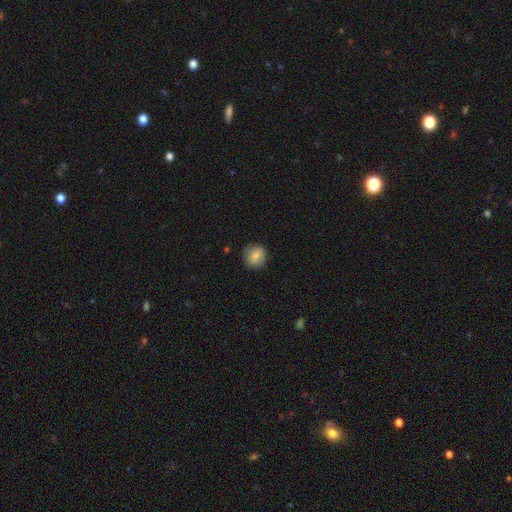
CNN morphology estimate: type=smooth (79%); roundness=round (89%); merging=none (85%).